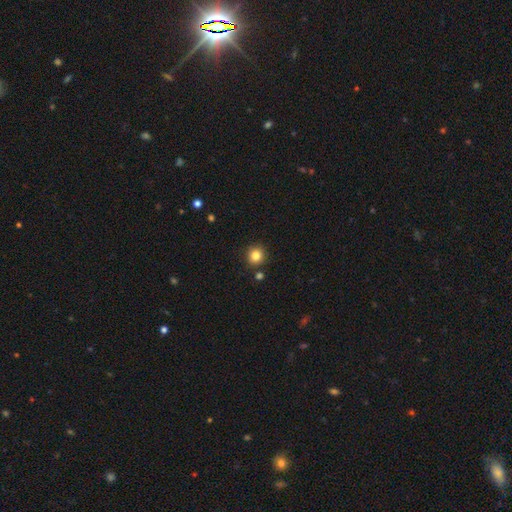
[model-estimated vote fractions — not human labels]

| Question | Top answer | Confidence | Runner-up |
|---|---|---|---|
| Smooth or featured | smooth | 83% | star or artifact (12%) |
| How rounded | round | 92% | in between (7%) |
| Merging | none | 88% | minor disturbance (6%) |